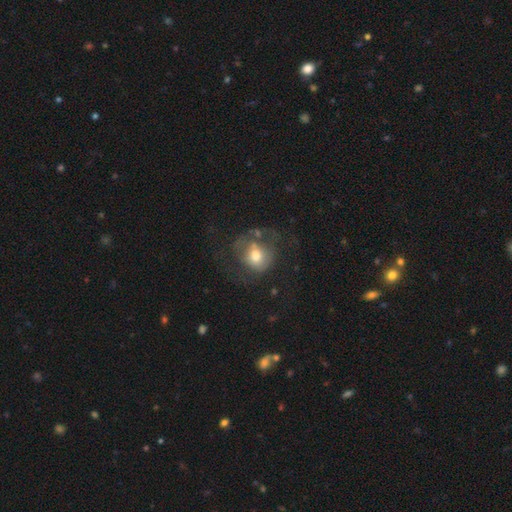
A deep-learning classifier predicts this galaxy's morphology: smooth 55%, featured or disk 35%, star or artifact 10%. Down the decision tree: how rounded — round (74%); merging — none (41%).